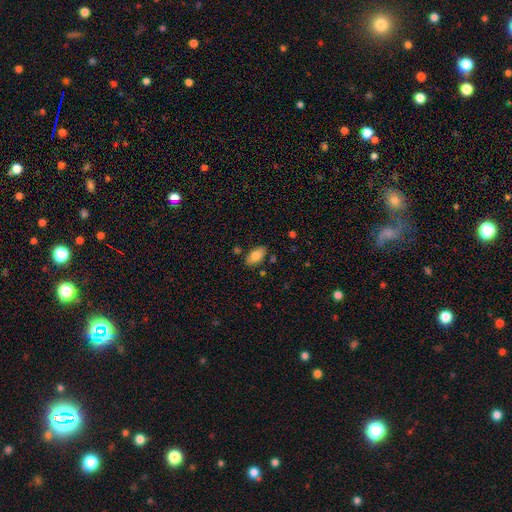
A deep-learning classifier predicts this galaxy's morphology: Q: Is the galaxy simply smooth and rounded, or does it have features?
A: smooth — 79%.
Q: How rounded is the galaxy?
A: in between — 92%.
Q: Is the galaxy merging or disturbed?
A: none — 81%.